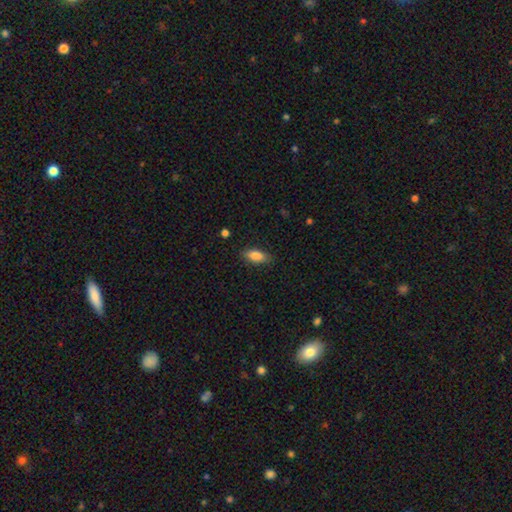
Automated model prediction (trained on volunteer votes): Q: Smooth or featured?
A: smooth (84%); runner-up: featured or disk (9%)
Q: How rounded?
A: in between (82%); runner-up: cigar-shaped (15%)
Q: Merging?
A: none (85%); runner-up: minor disturbance (11%)